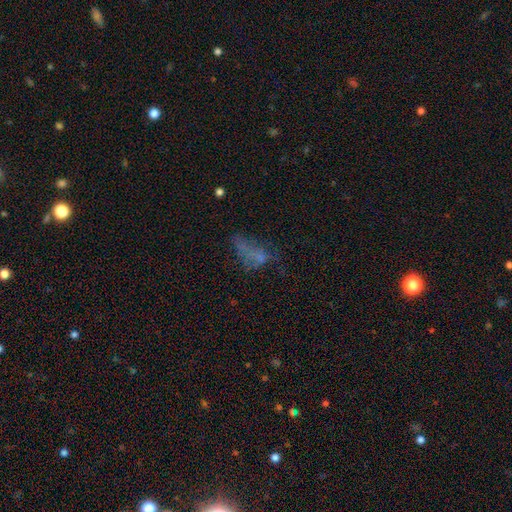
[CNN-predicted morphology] Overall: smooth (44%; featured or disk 31%). Merging: major disturbance (37%; none 34%).